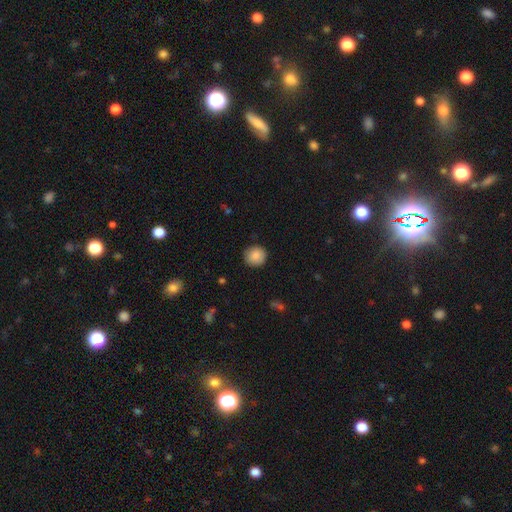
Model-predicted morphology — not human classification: smooth 87%, star or artifact 8%, featured or disk 5%. Down the decision tree: how rounded — round (90%); merging — none (88%).